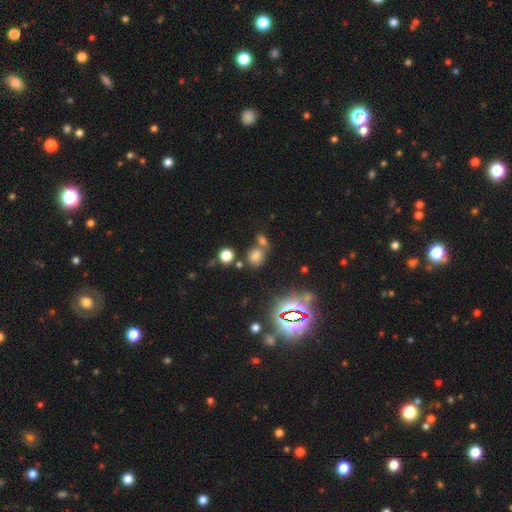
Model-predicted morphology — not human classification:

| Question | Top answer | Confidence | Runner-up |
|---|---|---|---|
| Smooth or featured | smooth | 63% | star or artifact (28%) |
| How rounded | round | 65% | in between (34%) |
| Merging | none | 56% | merger (29%) |